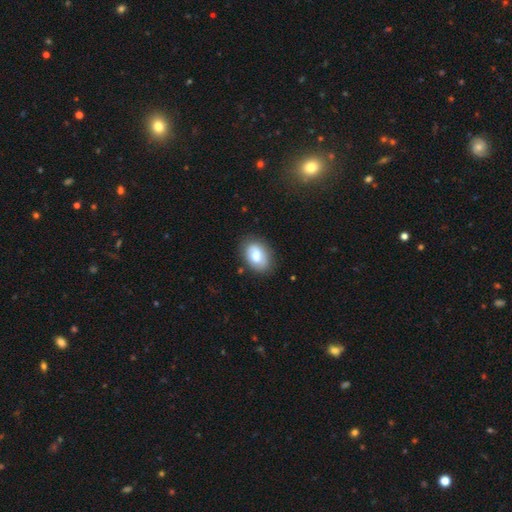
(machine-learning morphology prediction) smooth_or_featured: smooth (p=0.68) [alt: featured or disk p=0.25]
how_rounded: in between (p=0.79) [alt: round p=0.20]
merging: none (p=0.82) [alt: minor disturbance p=0.13]